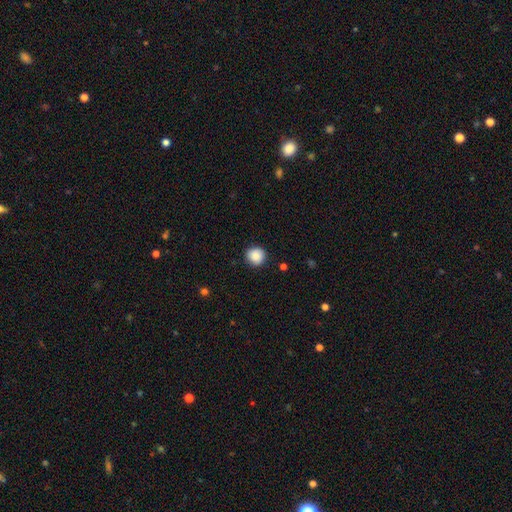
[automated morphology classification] Overall: smooth (88%). How rounded: round (93%). Merging: none (90%).